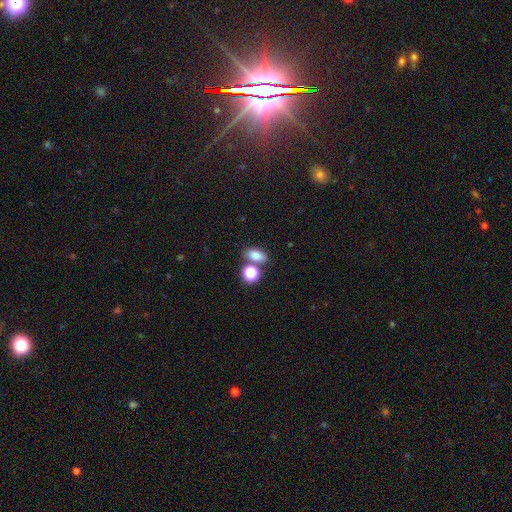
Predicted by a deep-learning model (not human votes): Morphology: type=smooth (79%); roundness=in between (76%); merging=none (63%).